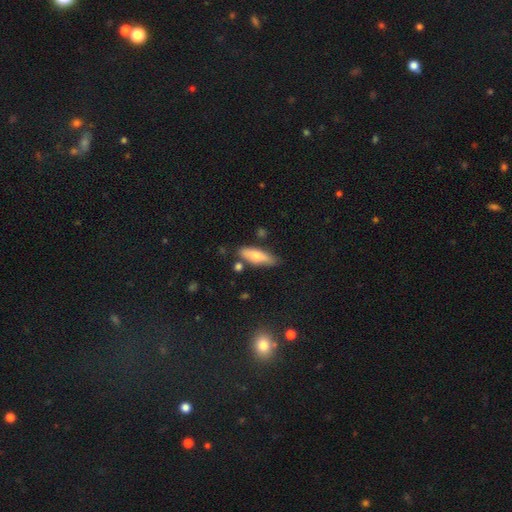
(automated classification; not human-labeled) The model was most divided on "how rounded": in between: 52%, cigar-shaped: 45%, round: 2%. More confident: merging — none (74%); smooth or featured — smooth (70%).